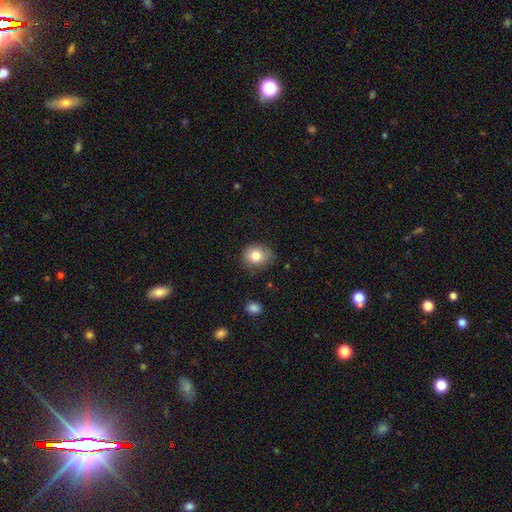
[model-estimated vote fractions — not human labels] This is clearly a smooth galaxy (81%). How rounded: likely round (67%). Merging: likely none (73%).